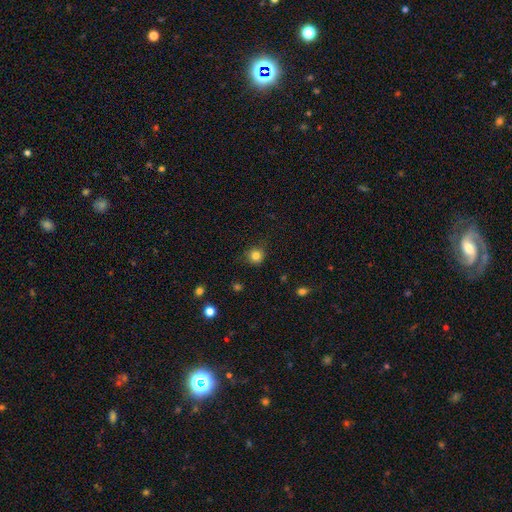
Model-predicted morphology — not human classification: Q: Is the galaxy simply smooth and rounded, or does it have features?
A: smooth — 83%.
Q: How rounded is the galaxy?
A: round — 92%.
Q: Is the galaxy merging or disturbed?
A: none — 84%.